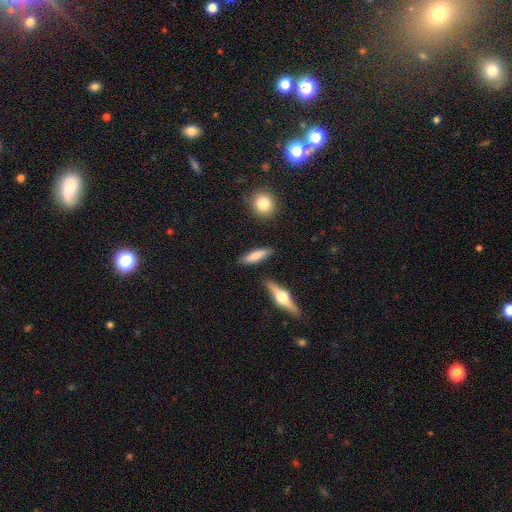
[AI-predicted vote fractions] The model was most divided on "how rounded": cigar-shaped: 63%, in between: 34%, round: 3%. More confident: merging — none (84%); smooth or featured — smooth (72%).